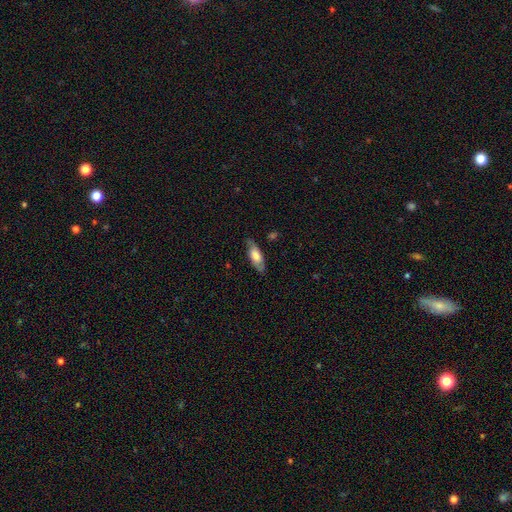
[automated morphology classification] Overall: smooth (55%; featured or disk 39%). How rounded: in between (68%; cigar-shaped 29%). Merging: none (78%).